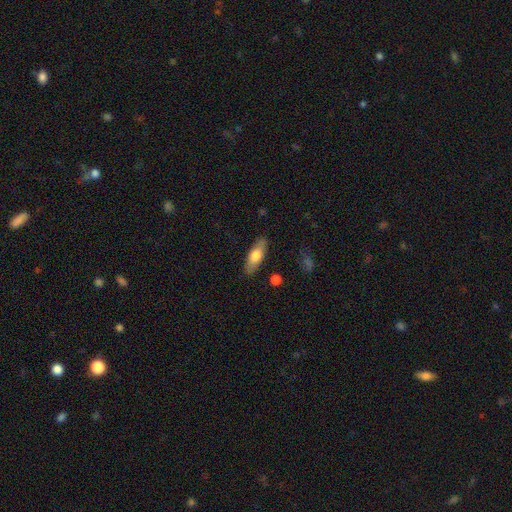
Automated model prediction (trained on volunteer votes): smooth_or_featured: smooth (p=0.67) [alt: featured or disk p=0.27]
how_rounded: in between (p=0.62) [alt: cigar-shaped p=0.35]
merging: none (p=0.85) [alt: minor disturbance p=0.11]